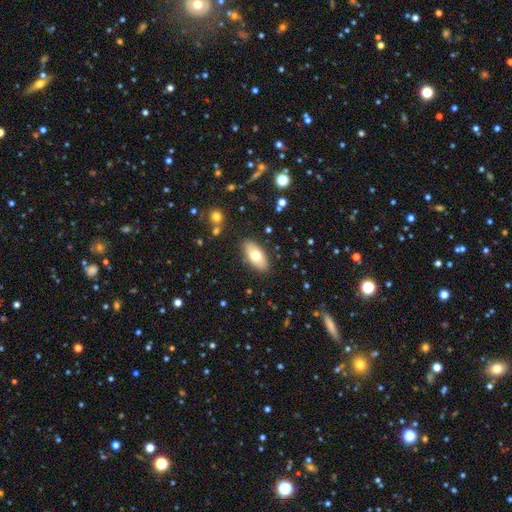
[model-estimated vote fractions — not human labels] This is likely a smooth galaxy (69%). How rounded: clearly in between (90%). Merging: clearly none (86%).